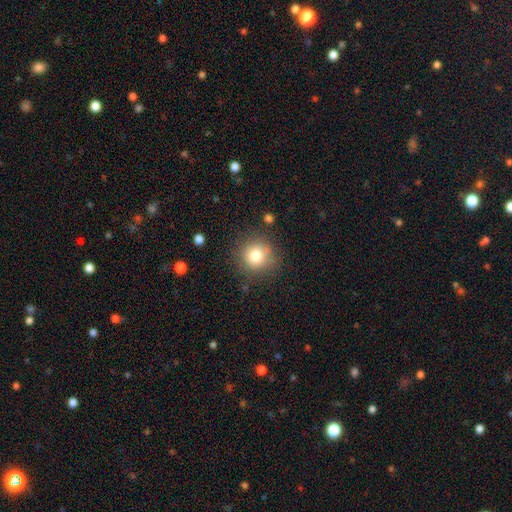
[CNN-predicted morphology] type=smooth (79%); roundness=round (92%); merging=none (83%).